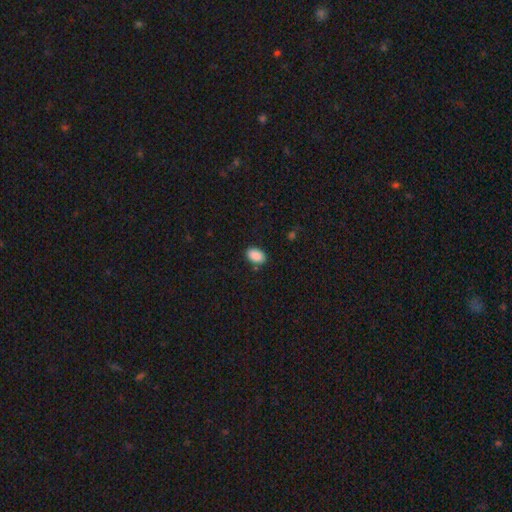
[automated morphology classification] Overall: smooth (89%). How rounded: in between (90%). Merging: none (84%).